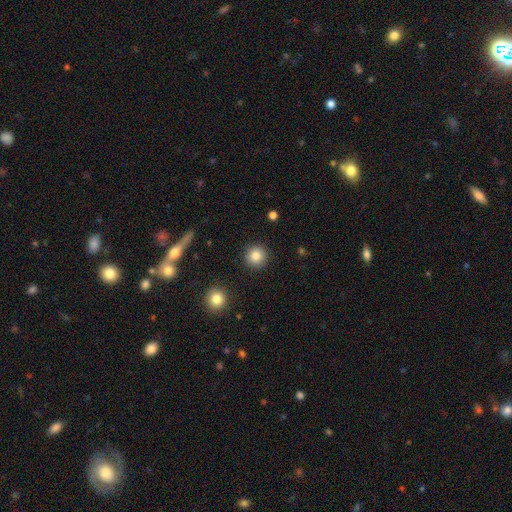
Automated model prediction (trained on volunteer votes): Q: Smooth or featured?
A: smooth (84%); runner-up: star or artifact (10%)
Q: How rounded?
A: round (94%); runner-up: in between (5%)
Q: Merging?
A: none (91%); runner-up: minor disturbance (5%)